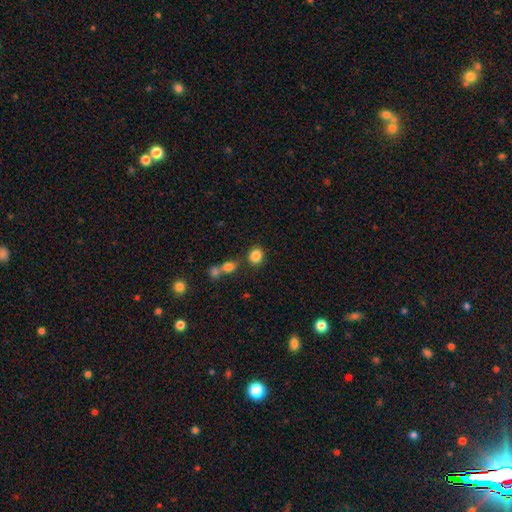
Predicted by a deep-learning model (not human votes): Q: Smooth or featured?
A: smooth (85%); runner-up: star or artifact (10%)
Q: How rounded?
A: round (72%); runner-up: in between (27%)
Q: Merging?
A: none (73%); runner-up: merger (12%)